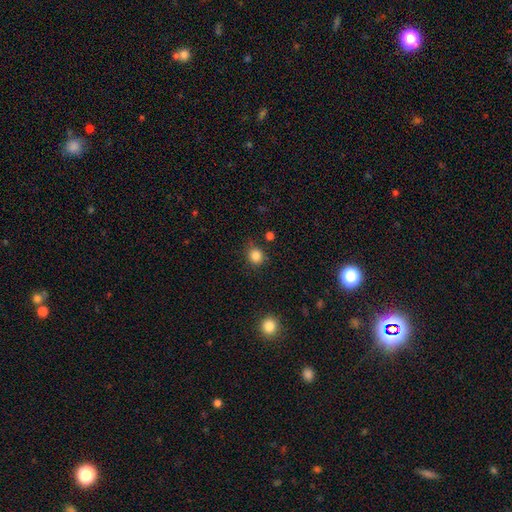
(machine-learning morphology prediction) This is clearly a smooth galaxy (84%). How rounded: clearly round (84%). Merging: clearly none (81%).